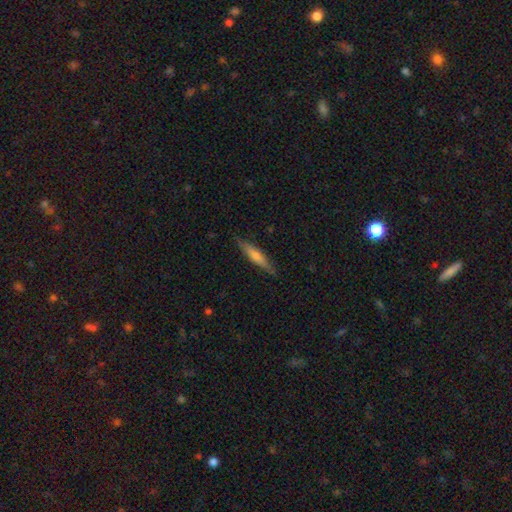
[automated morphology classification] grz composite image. It shows a smooth galaxy with no disk features (50%). Merging: none (87%).